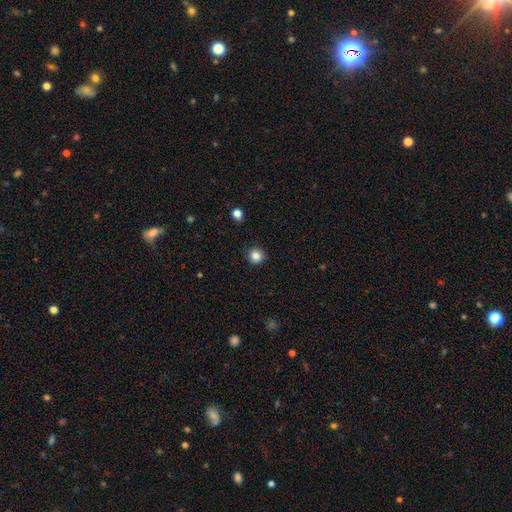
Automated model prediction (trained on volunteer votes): This appears to be a smooth galaxy with no disk features (84%) that is round (93%). Merging: none (91%).